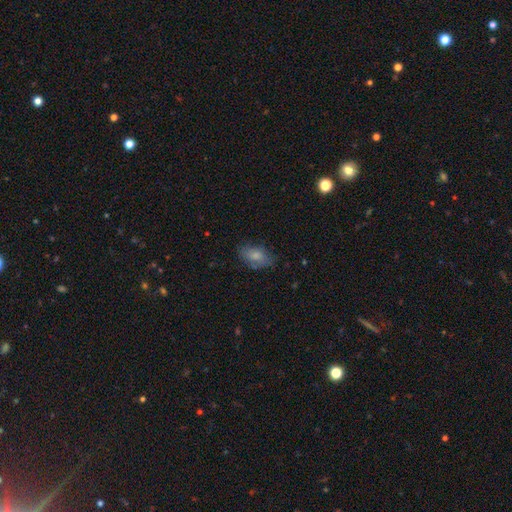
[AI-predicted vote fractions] Morphology: type=smooth (74%); roundness=in between (90%); merging=none (67%).